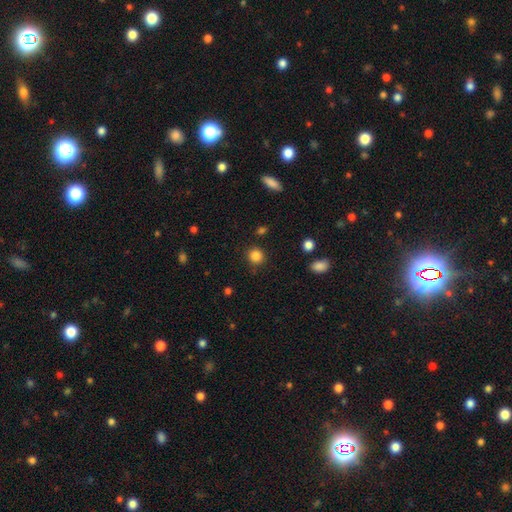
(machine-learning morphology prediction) A smooth galaxy with no disk features (85%) that is round (91%).

Vote fractions:
- Smooth or featured? smooth: 85% / star or artifact: 11% / featured or disk: 4%
- How rounded? round: 91% / in between: 8% / cigar-shaped: 1%
- Merging? none: 88% / minor disturbance: 7% / major disturbance: 3% / merger: 2%